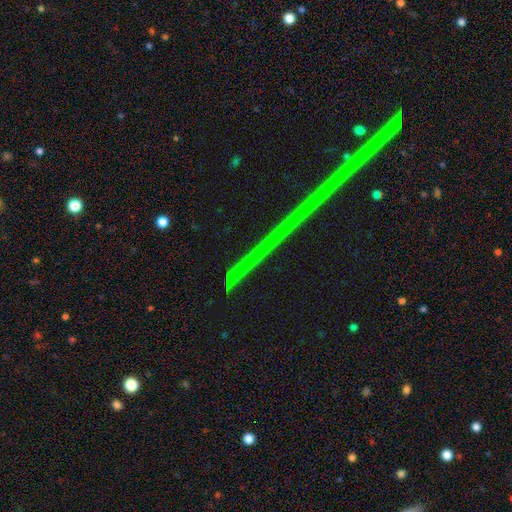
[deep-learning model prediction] The model was most divided on "smooth or featured": star or artifact: 78%, featured or disk: 14%, smooth: 8%.